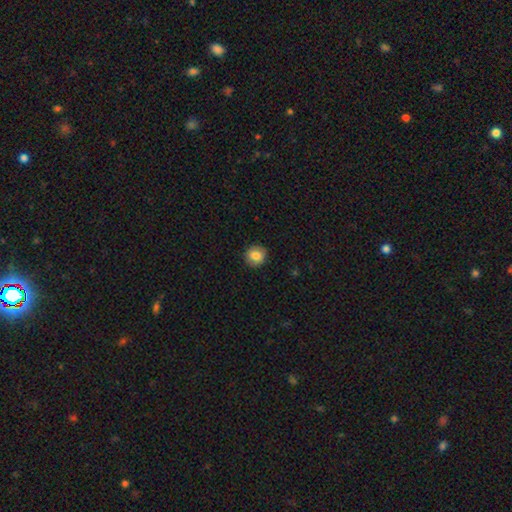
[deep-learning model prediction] A smooth galaxy with no disk features (82%) that is round (86%). Merging: none (89%).